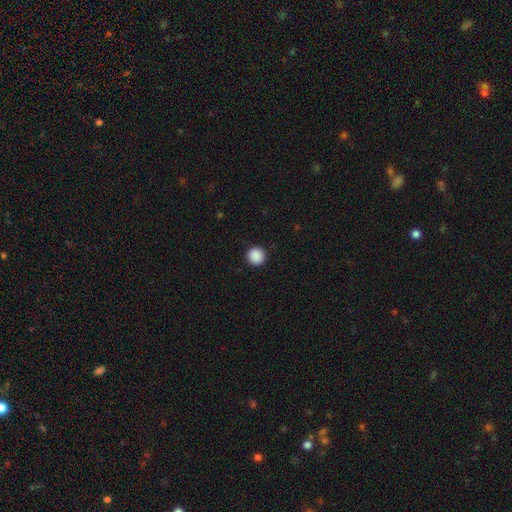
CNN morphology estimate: Smooth or featured? Predicted: smooth (p=0.89). How rounded? Predicted: round (p=0.96). Merging? Predicted: none (p=0.92).